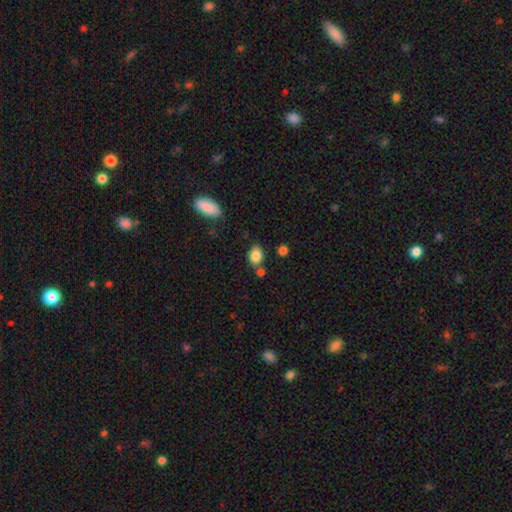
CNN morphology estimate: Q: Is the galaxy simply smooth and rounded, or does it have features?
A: smooth — 84%.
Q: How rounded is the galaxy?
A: in between — 70%.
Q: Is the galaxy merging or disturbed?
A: none — 70%.